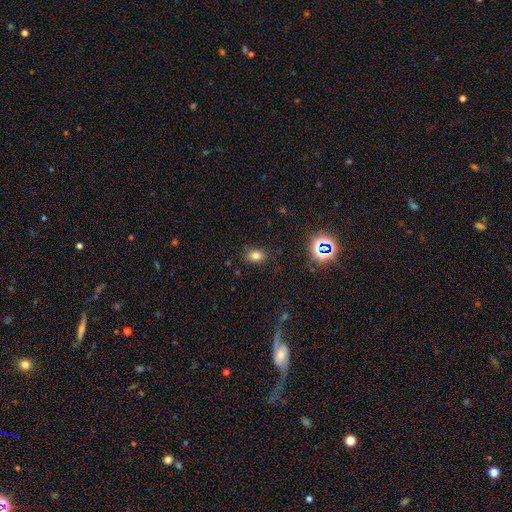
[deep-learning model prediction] Smooth or featured? smooth (76%)
How rounded? in between (68%)
Merging? none (84%)